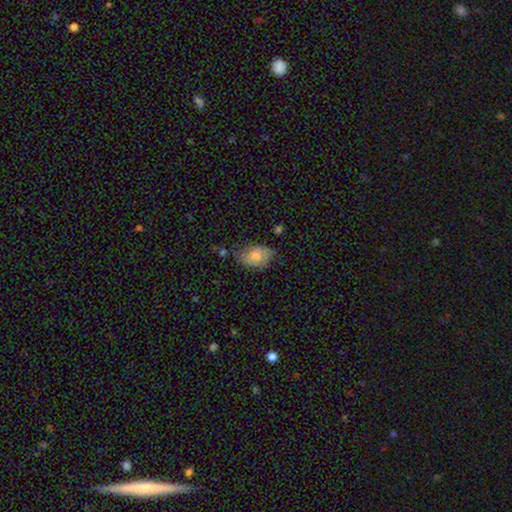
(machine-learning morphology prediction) smooth-or-featured: smooth: 71% | featured or disk: 21% | star or artifact: 8%
  how-rounded: in between: 87% | round: 11% | cigar-shaped: 2%
  merging: none: 59% | minor disturbance: 31% | major disturbance: 7% | merger: 3%